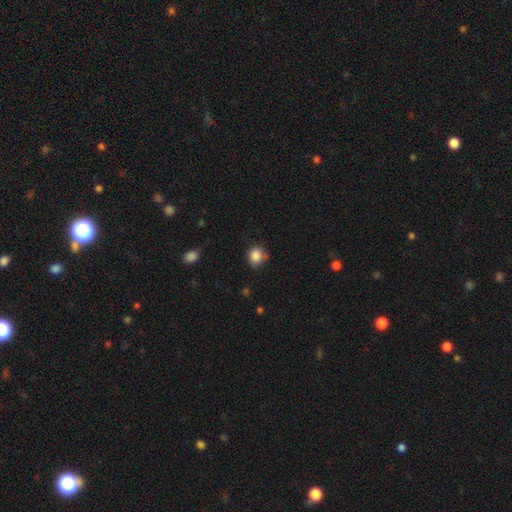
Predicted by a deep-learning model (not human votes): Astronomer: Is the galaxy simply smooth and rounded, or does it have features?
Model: smooth — 86%.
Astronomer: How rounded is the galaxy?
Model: round — 70%.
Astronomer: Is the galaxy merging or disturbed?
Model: none — 71%.